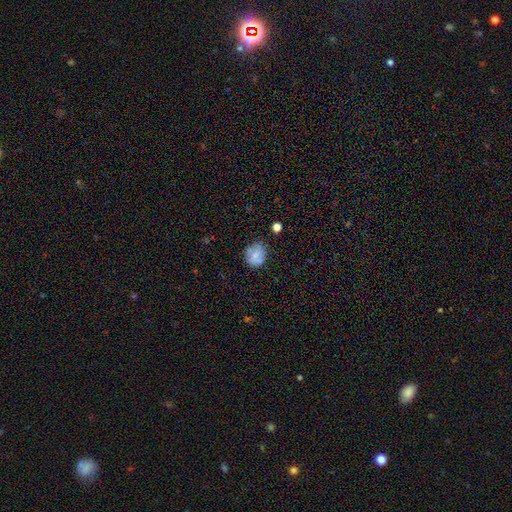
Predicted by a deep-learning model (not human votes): This appears to be a smooth galaxy with no disk features (63%) that is round (74%). Merging: none (73%).